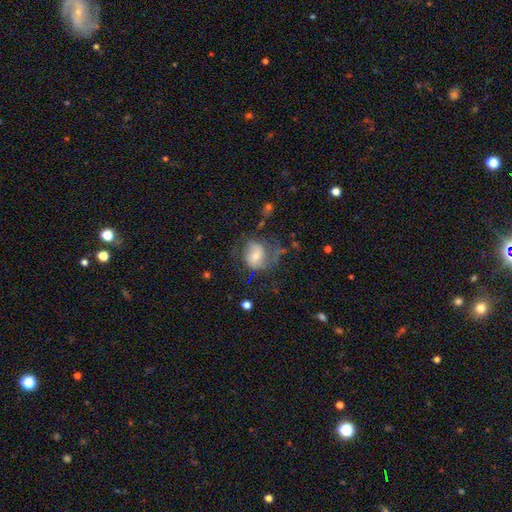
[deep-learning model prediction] featured or disk 54%, smooth 38%, star or artifact 9%. Down the decision tree: edge-on disk — no (97%); bar — no (62%); spiral arms — yes (77%); bulge size — small (45%); merging — none (39%).